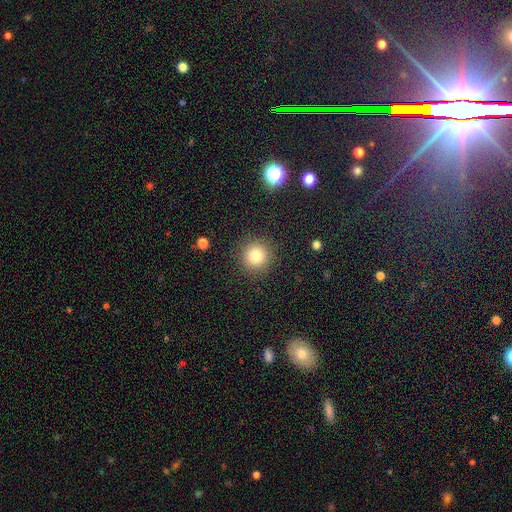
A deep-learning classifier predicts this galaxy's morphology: This appears to be a smooth galaxy with no disk features (81%) that is round (93%). Merging: none (89%).